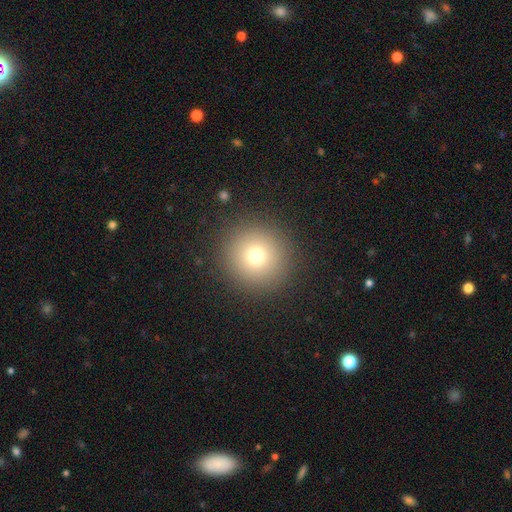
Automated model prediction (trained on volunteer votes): A smooth galaxy with no disk features (73%) that is round (95%).

Vote fractions:
- Smooth or featured? smooth: 73% / star or artifact: 16% / featured or disk: 11%
- How rounded? round: 95% / in between: 4% / cigar-shaped: 1%
- Merging? none: 90% / minor disturbance: 5% / major disturbance: 3% / merger: 1%